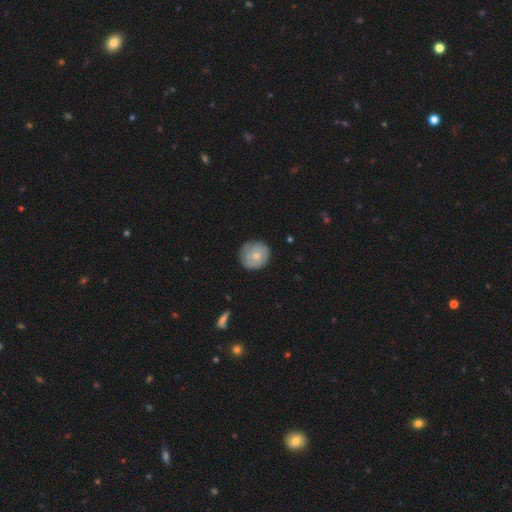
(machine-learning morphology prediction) This is likely a smooth galaxy (62%). How rounded: clearly round (89%). Merging: likely none (76%).